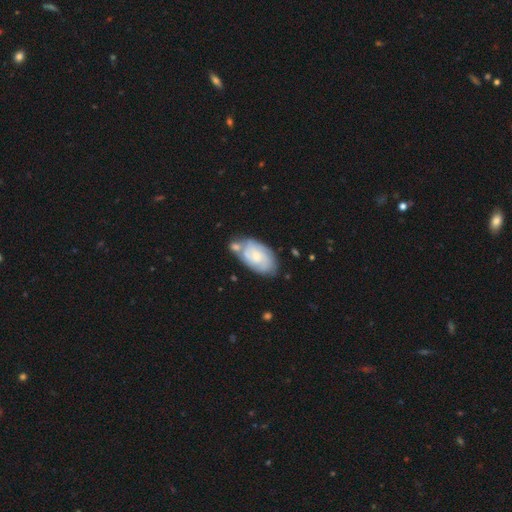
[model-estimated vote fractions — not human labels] Smooth or featured? featured or disk (62%)
Edge-on disk? no (95%)
Bar? no (69%)
Spiral arms? yes (86%)
Spiral winding? tight (58%)
Spiral arm count? can't tell (41%)
Bulge size? small (50%)
Merging? none (52%)